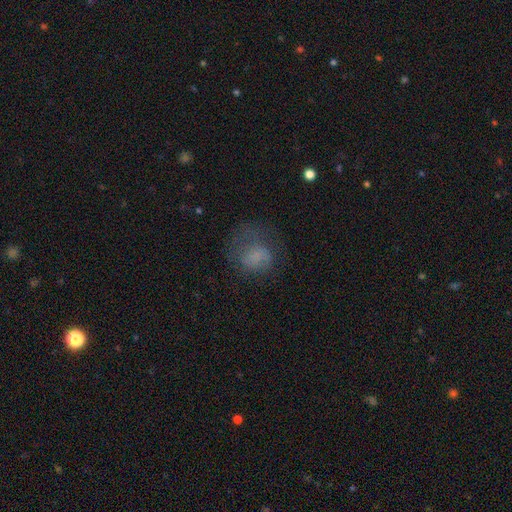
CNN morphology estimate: This appears to be a smooth galaxy with no disk features (59%) that is round (65%). Merging: none (44%).